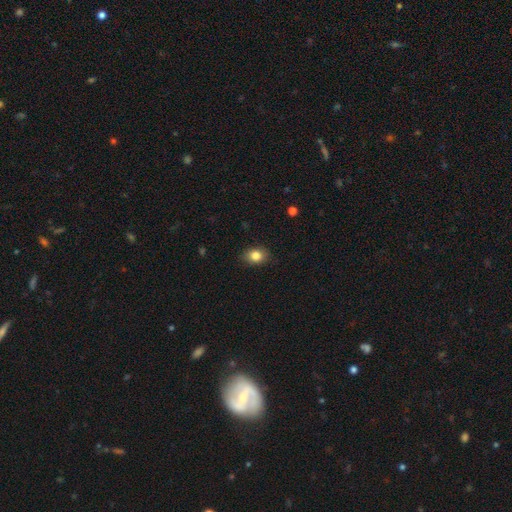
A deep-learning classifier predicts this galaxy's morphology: This is clearly a smooth galaxy (84%). How rounded: likely in between (63%). Merging: clearly none (83%).